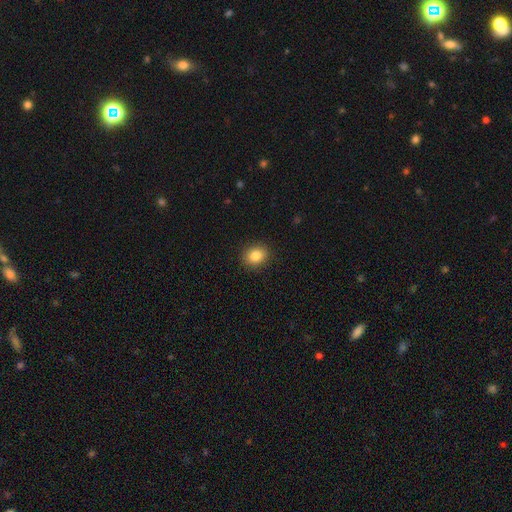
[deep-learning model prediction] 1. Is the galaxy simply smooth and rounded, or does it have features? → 84% smooth, 10% star or artifact, 6% featured or disk.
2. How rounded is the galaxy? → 62% round, 37% in between, 1% cigar-shaped.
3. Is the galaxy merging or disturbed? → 90% none, 7% minor disturbance, 2% major disturbance, 1% merger.